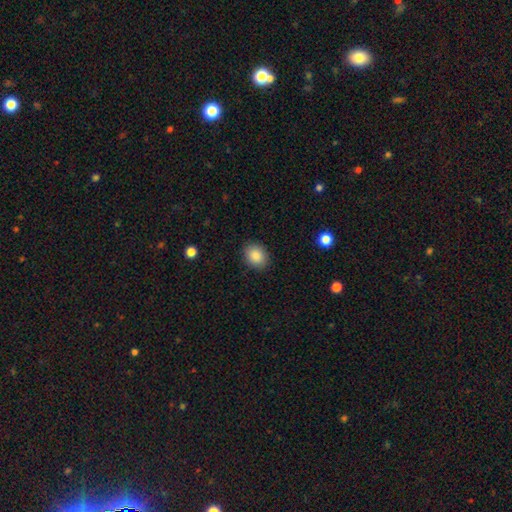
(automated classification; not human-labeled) smooth_or_featured: smooth (p=0.88) [alt: star or artifact p=0.08]
how_rounded: round (p=0.52) [alt: in between p=0.47]
merging: none (p=0.88) [alt: minor disturbance p=0.08]